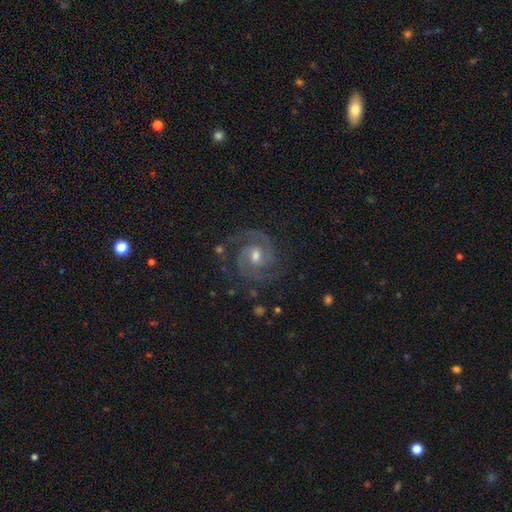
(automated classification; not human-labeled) featured or disk 90%, star or artifact 6%, smooth 5%. Down the decision tree: edge-on disk — no (98%); bar — weak (47%); spiral arms — yes (98%); spiral arm count — 2 (78%); spiral winding — tight (52%); bulge size — moderate (67%); merging — none (78%).